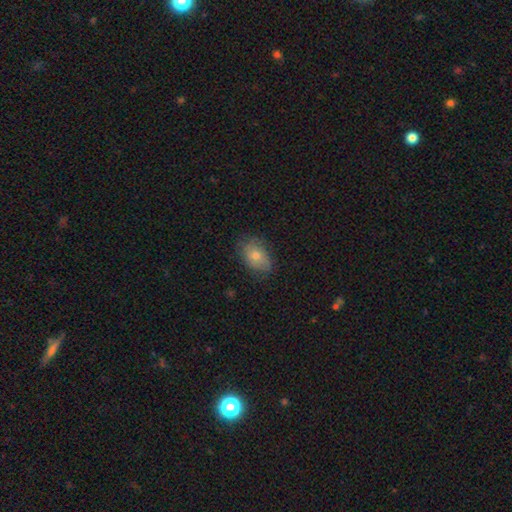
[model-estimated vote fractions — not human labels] Overall: smooth (69%). How rounded: in between (83%). Merging: none (75%).